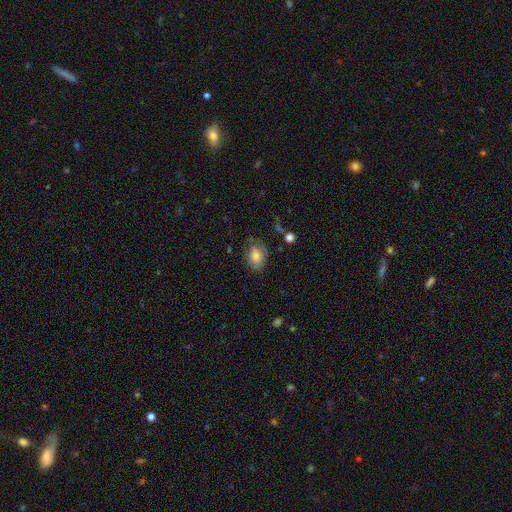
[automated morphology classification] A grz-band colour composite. It shows a smooth galaxy with no disk features (71%) that is in between round and cigar-shaped (76%). Merging: none (57%).